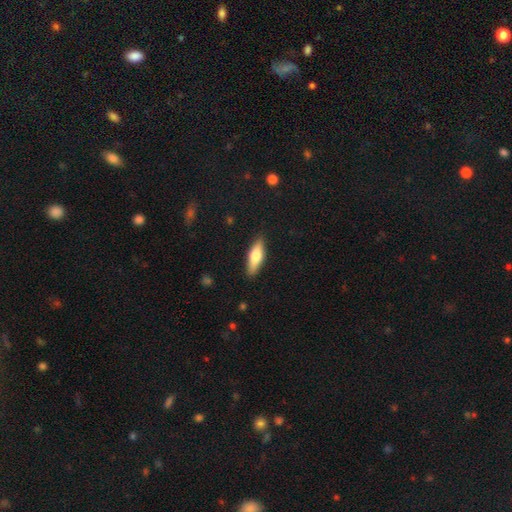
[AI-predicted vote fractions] smooth 65%, featured or disk 30%, star or artifact 6%. Down the decision tree: how rounded — in between (54%); merging — none (87%).